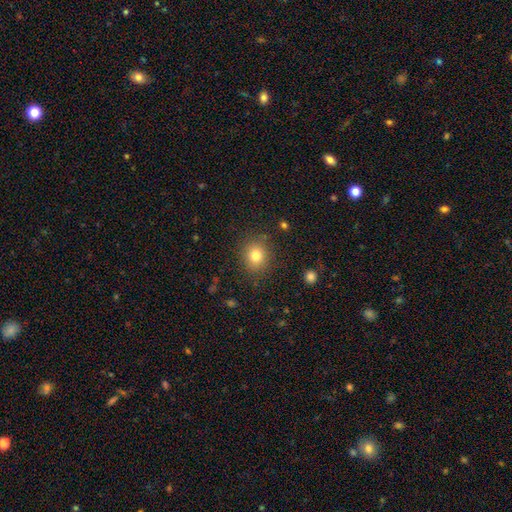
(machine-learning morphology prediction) Overall: smooth (79%). How rounded: round (77%). Merging: none (85%).